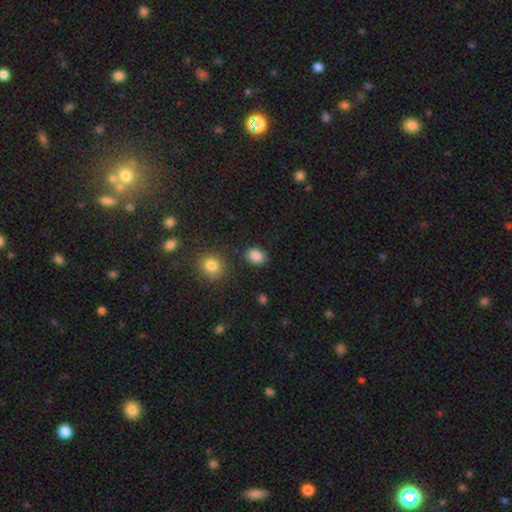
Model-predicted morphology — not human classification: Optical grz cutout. It shows a smooth galaxy with no disk features (86%) that is in between round and cigar-shaped (69%). Merging: none (83%).